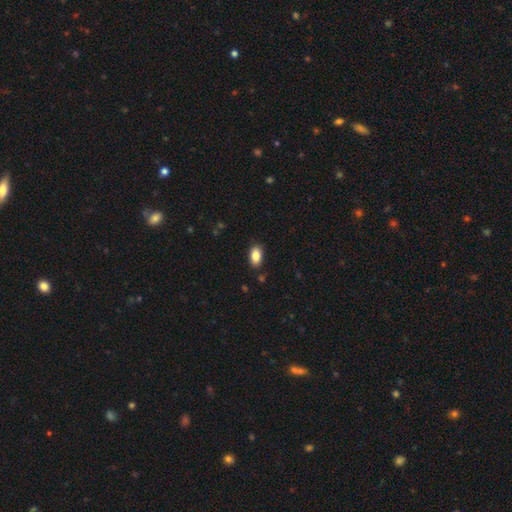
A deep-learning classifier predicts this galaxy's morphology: Smooth or featured? Predicted: smooth (p=0.86). How rounded? Predicted: in between (p=0.91). Merging? Predicted: none (p=0.87).